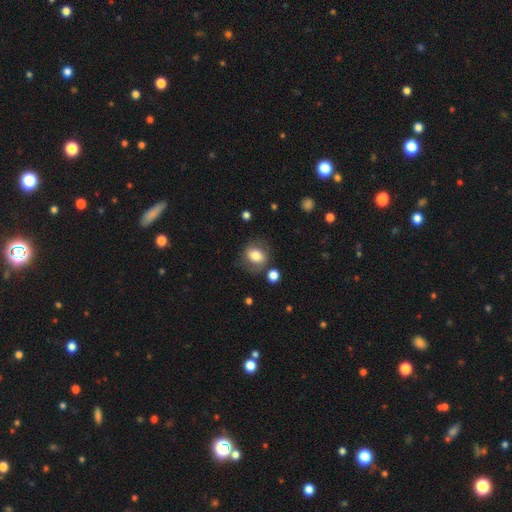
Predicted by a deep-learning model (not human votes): Smooth or featured? smooth (65%)
How rounded? round (51%)
Merging? none (68%)